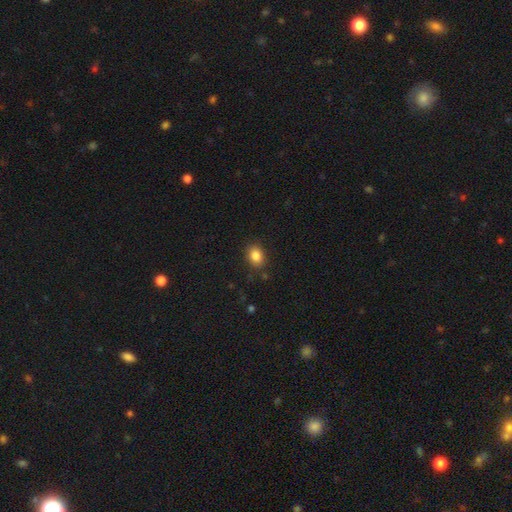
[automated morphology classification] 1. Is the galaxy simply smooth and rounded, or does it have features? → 85% smooth, 10% star or artifact, 5% featured or disk.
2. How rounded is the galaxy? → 62% in between, 37% round, 1% cigar-shaped.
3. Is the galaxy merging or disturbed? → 85% none, 10% minor disturbance, 3% major disturbance, 2% merger.